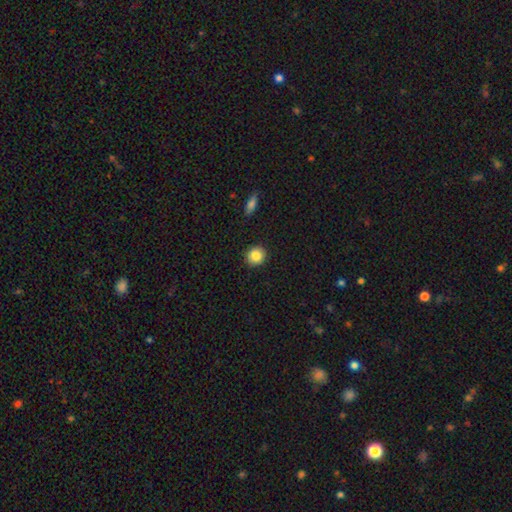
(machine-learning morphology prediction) This appears to be a smooth galaxy with no disk features (87%) that is round (89%). Merging: none (91%).